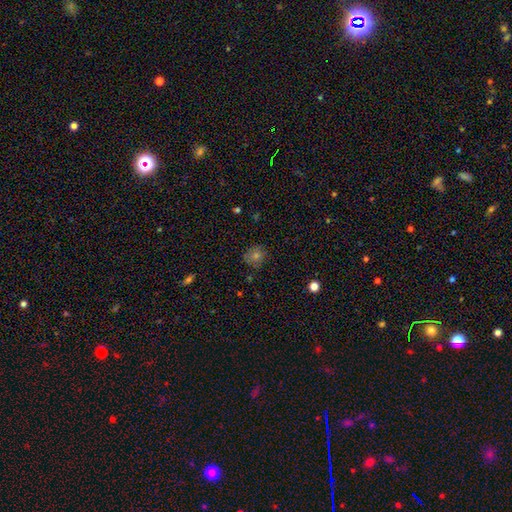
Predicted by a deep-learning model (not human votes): Q: Smooth or featured?
A: smooth (58%); runner-up: star or artifact (23%)
Q: How rounded?
A: round (84%); runner-up: in between (15%)
Q: Merging?
A: none (80%); runner-up: minor disturbance (14%)